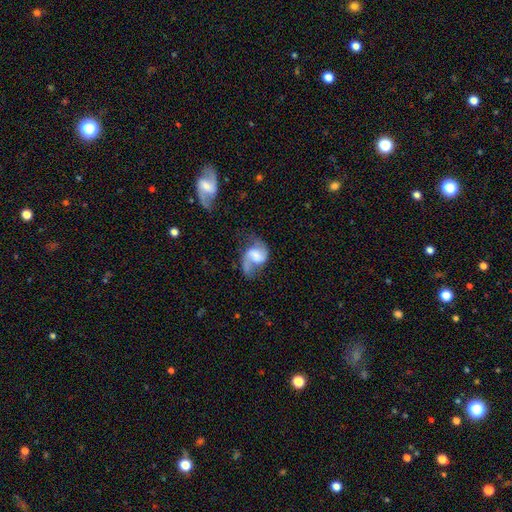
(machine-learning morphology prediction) Smooth or featured?
  - featured or disk: 76% *
  - smooth: 17%
  - star or artifact: 7%
Edge-on disk?
  - no: 98% *
  - yes: 2%
Bar?
  - weak: 45% *
  - no: 38%
  - strong: 17%
Spiral arms?
  - yes: 92% *
  - no: 8%
Spiral winding?
  - loose: 50% *
  - medium: 40%
  - tight: 10%
Spiral arm count?
  - 2: 79% *
  - 1: 14%
  - can't tell: 4%
  - 3: 1%
  - 4: 1%
  - more than 4: 1%
Bulge size?
  - none: 32% *
  - moderate: 24%
  - small: 20%
  - large: 20%
  - dominant: 4%
Merging?
  - none: 46% *
  - major disturbance: 24%
  - minor disturbance: 24%
  - merger: 6%